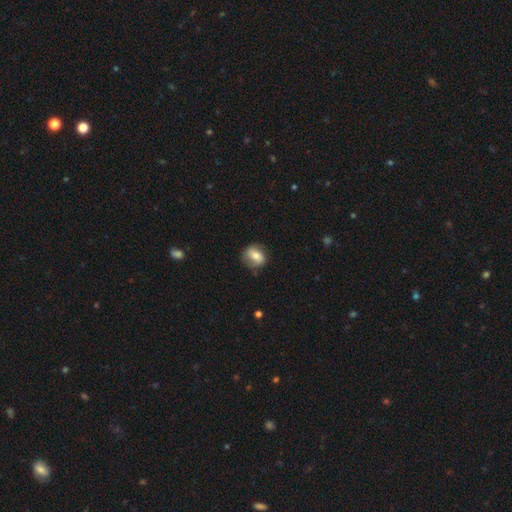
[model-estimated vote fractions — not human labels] This appears to be a smooth galaxy with no disk features (62%) that is round (56%). Merging: none (71%).